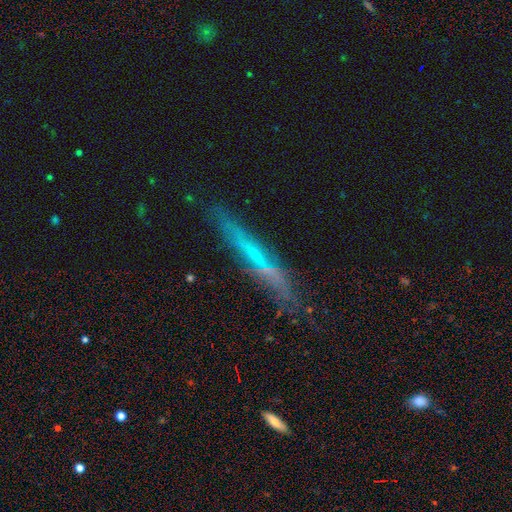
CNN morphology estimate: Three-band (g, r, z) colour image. It shows a featured or disk galaxy (54%) viewed edge-on (80%). Merging: none (73%).